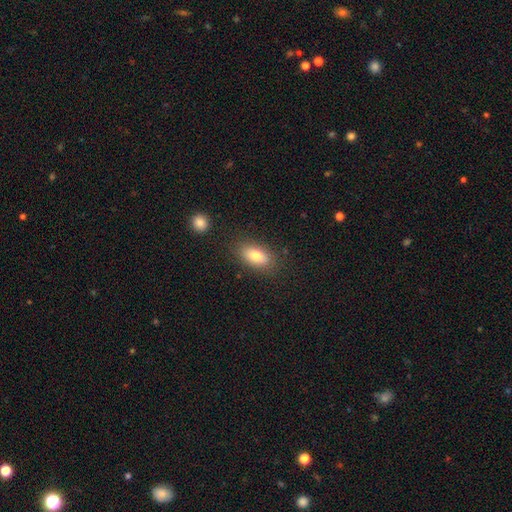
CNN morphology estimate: Smooth or featured? Predicted: smooth (p=0.80). How rounded? Predicted: in between (p=0.88). Merging? Predicted: none (p=0.82).